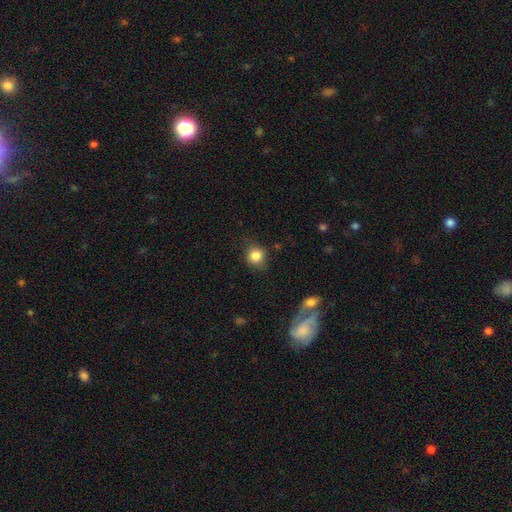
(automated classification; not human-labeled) This appears to be a smooth galaxy with no disk features (83%) that is round (80%). Merging: none (76%).